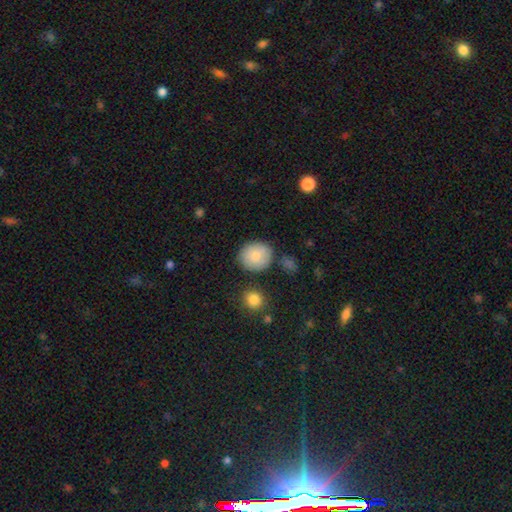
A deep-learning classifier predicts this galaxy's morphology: Q: Smooth or featured?
A: smooth (83%); runner-up: featured or disk (10%)
Q: How rounded?
A: round (82%); runner-up: in between (17%)
Q: Merging?
A: none (79%); runner-up: minor disturbance (13%)